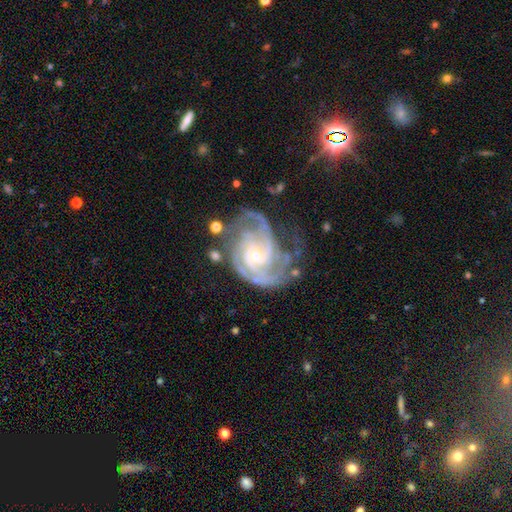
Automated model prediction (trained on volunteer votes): A featured or disk galaxy (92%) with no bar (62%), 2 (42%) tight (58%) spiral arms (98%) and a small central bulge (73%).

Vote fractions:
- Smooth or featured? featured or disk: 92% / star or artifact: 5% / smooth: 3%
- Edge-on disk? no: 98% / yes: 2%
- Bar? no: 62% / weak: 29% / strong: 9%
- Spiral arms? yes: 98% / no: 2%
- Spiral winding? tight: 58% / medium: 36% / loose: 6%
- Spiral arm count? 2: 42% / 3: 26% / can't tell: 14% / 4: 8% / 1: 5% / more than 4: 5%
- Bulge size? small: 73% / moderate: 23% / none: 1% / large: 1% / dominant: 1%
- Merging? none: 54% / minor disturbance: 24% / major disturbance: 18% / merger: 4%